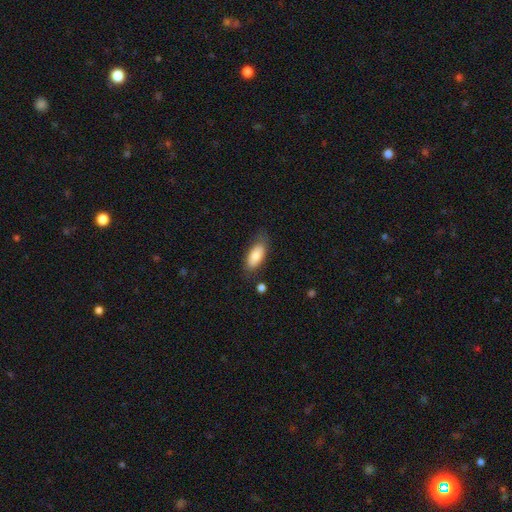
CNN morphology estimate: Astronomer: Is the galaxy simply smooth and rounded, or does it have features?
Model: smooth — 81%.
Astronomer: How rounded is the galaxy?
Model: in between — 84%.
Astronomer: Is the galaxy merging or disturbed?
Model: none — 71%.